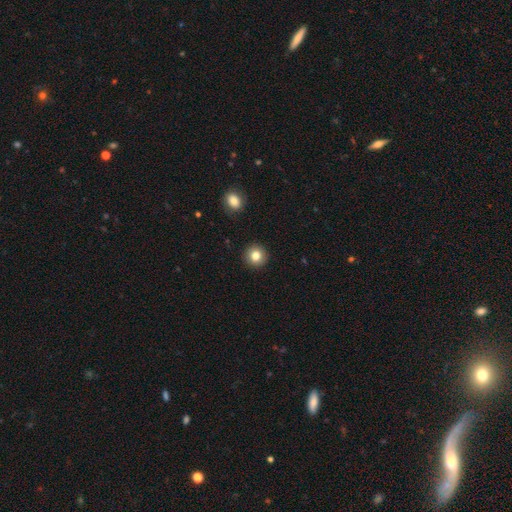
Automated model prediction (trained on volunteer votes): Q: Smooth or featured?
A: smooth (82%); runner-up: star or artifact (10%)
Q: How rounded?
A: round (93%); runner-up: in between (6%)
Q: Merging?
A: none (92%); runner-up: minor disturbance (5%)